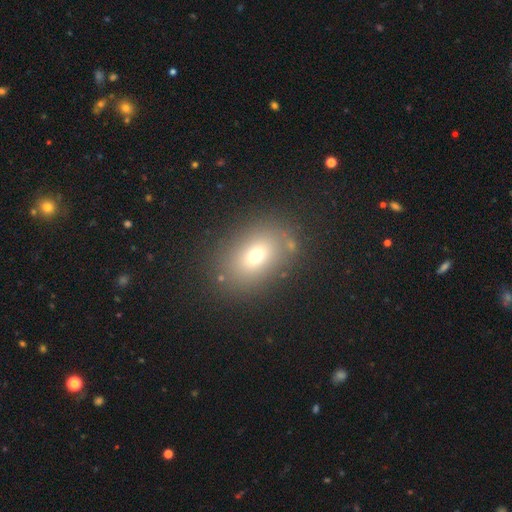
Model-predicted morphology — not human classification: Smooth or featured: smooth — 68% (star or artifact — 16%)
How rounded: in between — 71% (round — 28%)
Merging: none — 81% (minor disturbance — 11%)